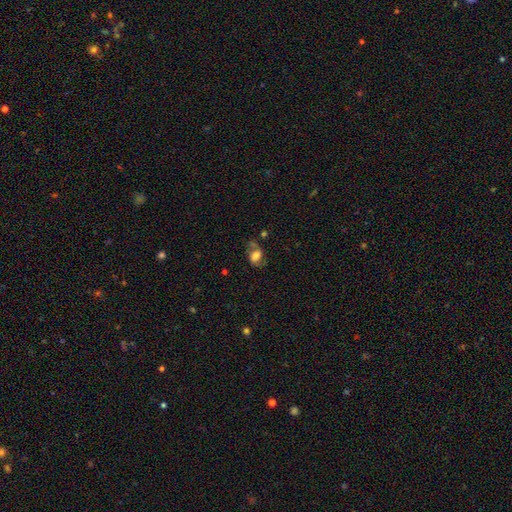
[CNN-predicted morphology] Smooth or featured: smooth — 56% (featured or disk — 33%)
How rounded: in between — 72% (round — 26%)
Merging: none — 50% (minor disturbance — 25%)